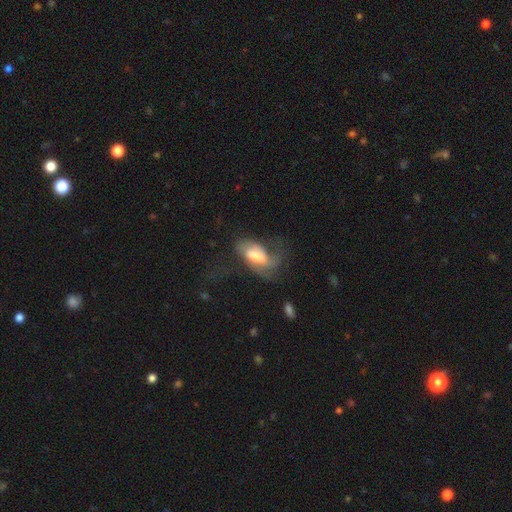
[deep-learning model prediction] Q: Smooth or featured?
A: featured or disk (61%); runner-up: smooth (31%)
Q: Edge-on disk?
A: no (93%); runner-up: yes (7%)
Q: Bar?
A: weak (45%); runner-up: no (36%)
Q: Spiral arms?
A: yes (84%); runner-up: no (16%)
Q: Bulge size?
A: moderate (44%); runner-up: large (31%)
Q: Merging?
A: major disturbance (38%); runner-up: none (37%)